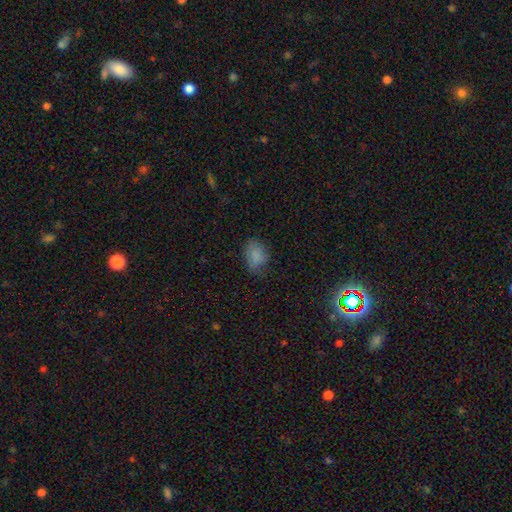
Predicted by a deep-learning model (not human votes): This appears to be a smooth galaxy with no disk features (81%) that is in between round and cigar-shaped (73%). Merging: none (61%).